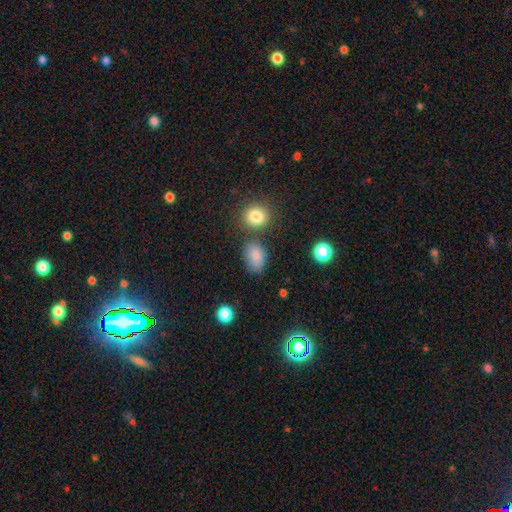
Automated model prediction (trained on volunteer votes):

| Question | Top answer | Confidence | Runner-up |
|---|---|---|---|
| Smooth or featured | smooth | 84% | star or artifact (10%) |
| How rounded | in between | 82% | round (16%) |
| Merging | none | 68% | minor disturbance (16%) |